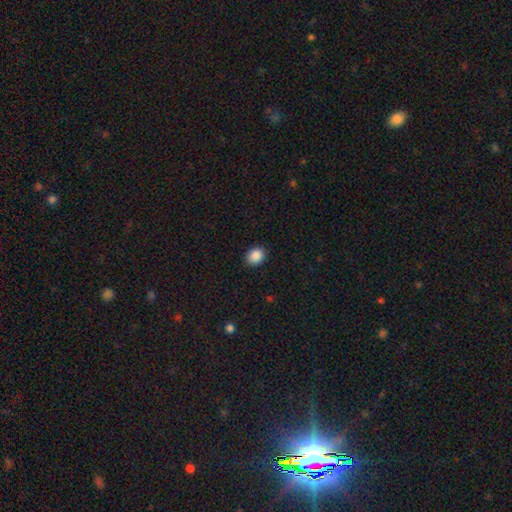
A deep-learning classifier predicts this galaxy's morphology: This appears to be a smooth galaxy with no disk features (88%) that is round (50%). Merging: none (89%).